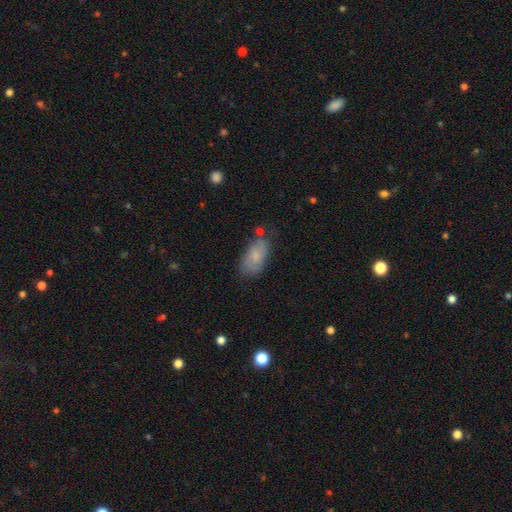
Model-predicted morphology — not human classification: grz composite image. It shows a smooth galaxy with no disk features (71%) that is in between round and cigar-shaped (92%). Merging: none (64%).